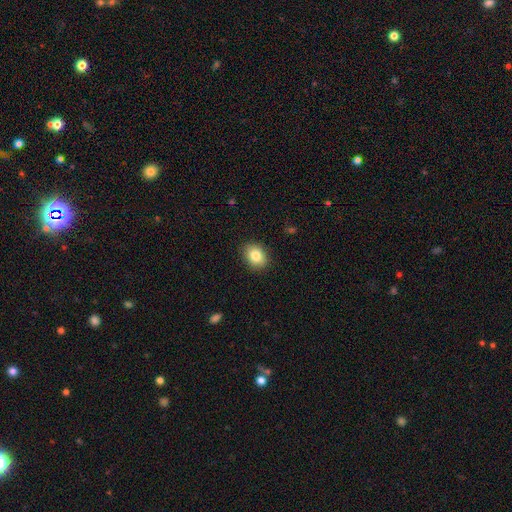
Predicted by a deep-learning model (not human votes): A smooth galaxy with no disk features (84%) that is in between round and cigar-shaped (59%). Merging: none (89%).